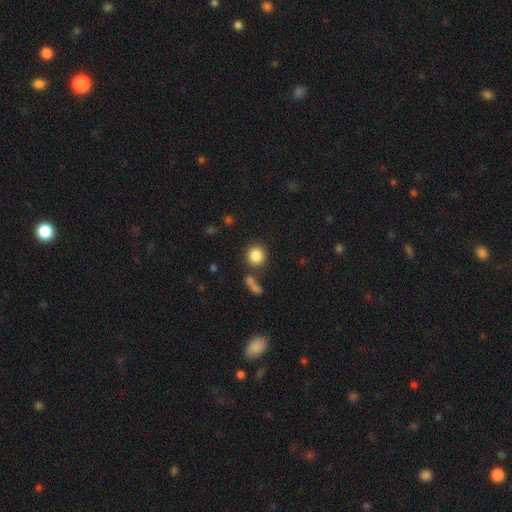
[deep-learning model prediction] smooth-or-featured: smooth: 85% | star or artifact: 10% | featured or disk: 6%
  how-rounded: round: 89% | in between: 10% | cigar-shaped: 1%
  merging: none: 78% | merger: 10% | minor disturbance: 9% | major disturbance: 4%